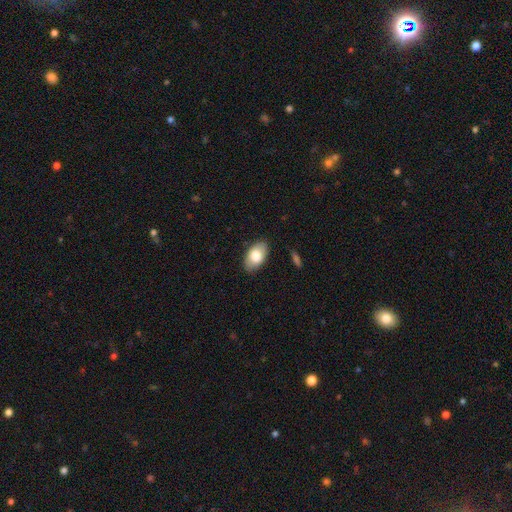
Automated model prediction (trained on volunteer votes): The model was most divided on "smooth or featured": smooth: 75%, featured or disk: 18%, star or artifact: 6%. More confident: how rounded — in between (94%); merging — none (85%).